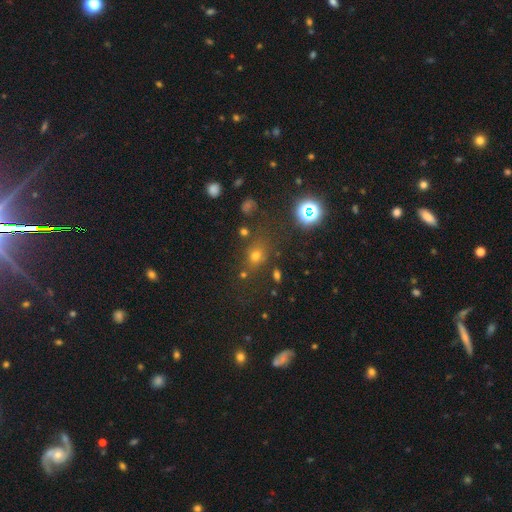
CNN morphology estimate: A smooth galaxy with no disk features (59%) that is round (62%).

Vote fractions:
- Smooth or featured? smooth: 59% / star or artifact: 30% / featured or disk: 11%
- How rounded? round: 62% / in between: 36% / cigar-shaped: 2%
- Merging? none: 72% / minor disturbance: 14% / merger: 7% / major disturbance: 7%